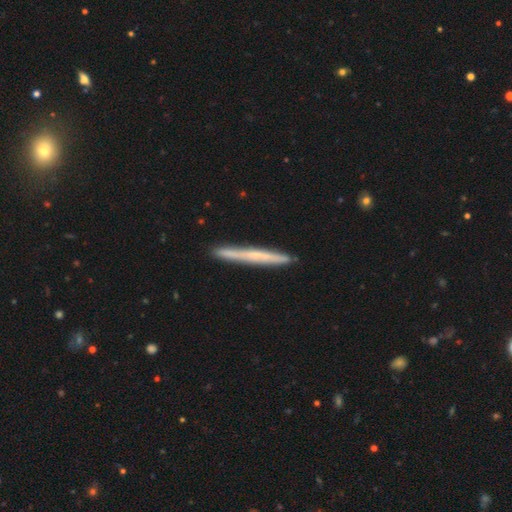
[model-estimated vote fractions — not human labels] The model was most divided on "smooth or featured": featured or disk: 52%, smooth: 42%, star or artifact: 6%. More confident: edge-on disk — yes (96%); merging — none (91%).